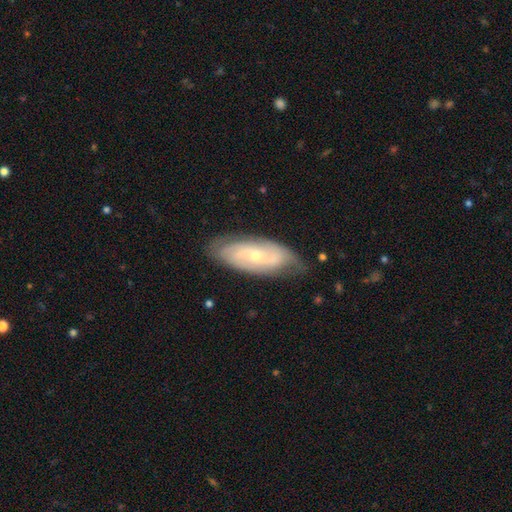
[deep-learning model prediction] Overall: featured or disk (75%). Edge-on disk: no (90%). Bar: no (57%; weak 34%). Spiral arms: yes (88%). Spiral arm count: 2 (63%; can't tell 24%). Spiral winding: tight (42%; medium 40%). Bulge size: small (59%; moderate 38%). Merging: none (74%).